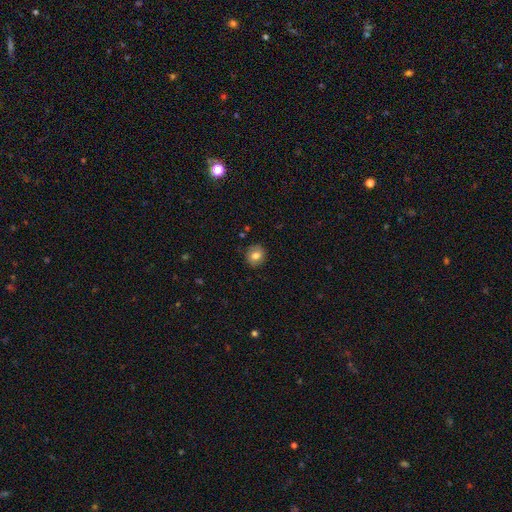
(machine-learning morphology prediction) Smooth or featured?
  - smooth: 77% *
  - featured or disk: 13%
  - star or artifact: 9%
How rounded?
  - round: 81% *
  - in between: 18%
  - cigar-shaped: 1%
Merging?
  - none: 85% *
  - minor disturbance: 11%
  - major disturbance: 3%
  - merger: 1%